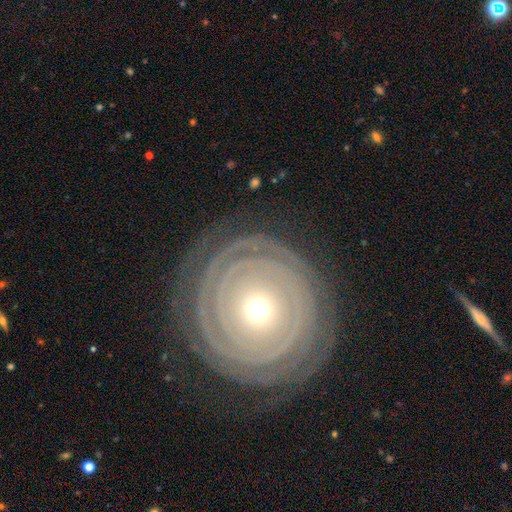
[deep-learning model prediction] Smooth or featured: featured or disk — 83% (smooth — 10%)
Edge-on disk: no — 96% (yes — 4%)
Bar: no — 82% (weak — 10%)
Spiral arms: yes — 93% (no — 7%)
Spiral winding: tight — 92% (medium — 6%)
Spiral arm count: can't tell — 28% (2 — 25%)
Bulge size: moderate — 48% (small — 47%)
Merging: none — 85% (minor disturbance — 9%)